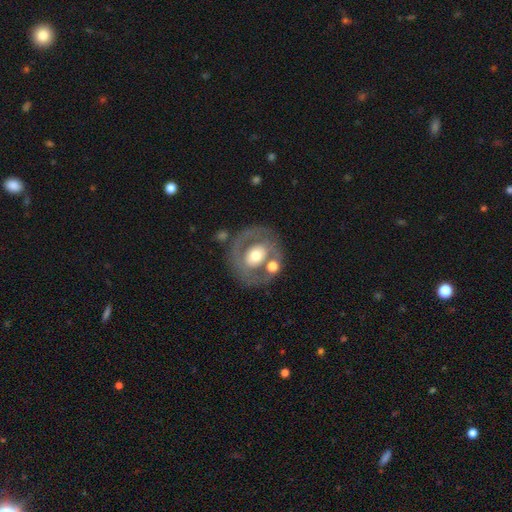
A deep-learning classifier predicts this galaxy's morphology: Smooth or featured?
  - featured or disk: 57% *
  - smooth: 37%
  - star or artifact: 7%
Edge-on disk?
  - no: 95% *
  - yes: 5%
Bar?
  - no: 74% *
  - weak: 18%
  - strong: 9%
Spiral arms?
  - no: 77% *
  - yes: 23%
Bulge size?
  - moderate: 60% *
  - large: 27%
  - small: 8%
  - dominant: 3%
  - none: 1%
Merging?
  - none: 63% *
  - merger: 14%
  - minor disturbance: 14%
  - major disturbance: 9%